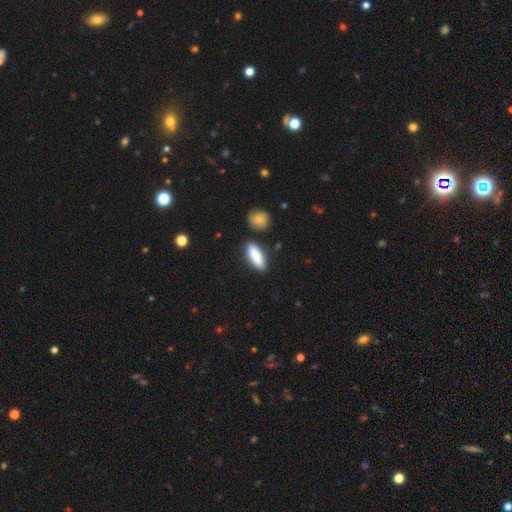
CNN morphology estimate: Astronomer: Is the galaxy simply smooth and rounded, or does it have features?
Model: smooth — 86%.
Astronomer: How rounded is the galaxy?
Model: in between — 56% (runner-up: cigar-shaped, 41%).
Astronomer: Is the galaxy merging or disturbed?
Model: none — 79%.